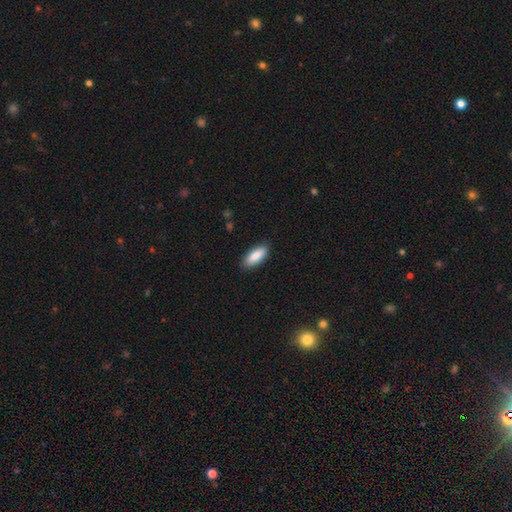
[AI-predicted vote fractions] smooth-or-featured: smooth: 86% | featured or disk: 8% | star or artifact: 6%
  how-rounded: in between: 78% | cigar-shaped: 20% | round: 2%
  merging: none: 87% | minor disturbance: 10% | major disturbance: 2% | merger: 1%